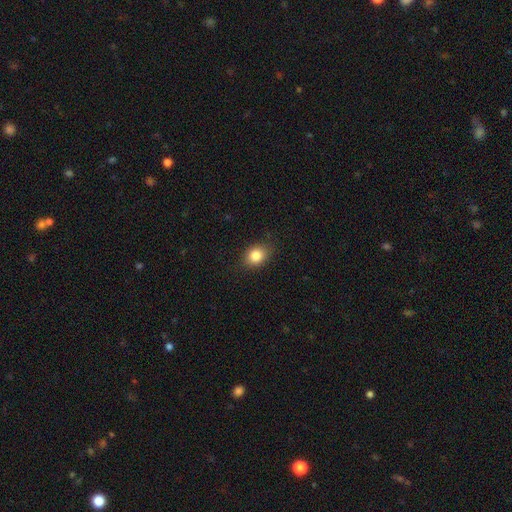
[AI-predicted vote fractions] The model was most divided on "how rounded": in between: 53%, round: 46%, cigar-shaped: 1%. More confident: merging — none (84%); smooth or featured — smooth (84%).